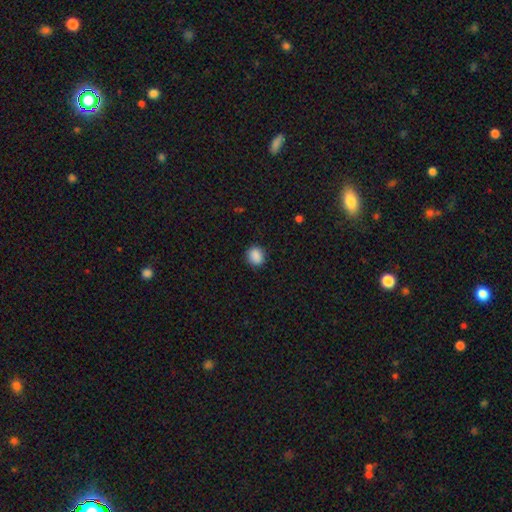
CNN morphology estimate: Smooth or featured? smooth (88%)
How rounded? round (71%)
Merging? none (87%)